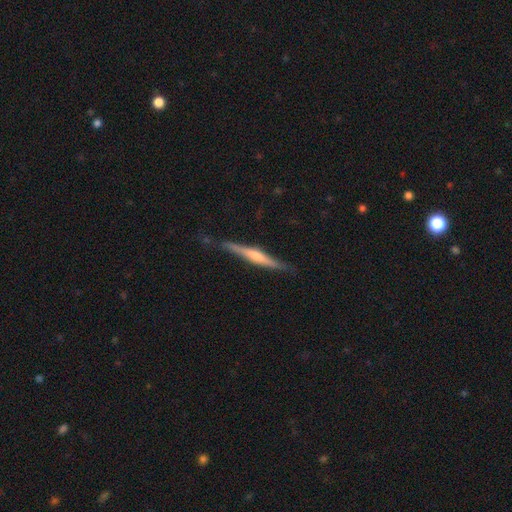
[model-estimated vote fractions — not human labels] This is likely a featured or disk galaxy (76%). It is clearly viewed edge-on (97%). Edge-on bulge: likely rounded (67%). Merging: clearly none (82%).